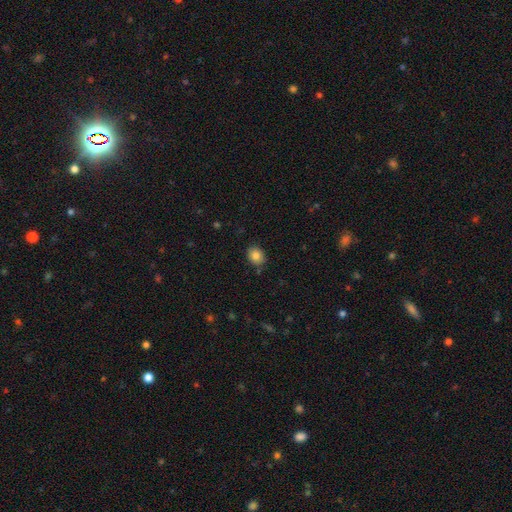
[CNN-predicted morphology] Smooth or featured? smooth (83%)
How rounded? in between (50%)
Merging? none (86%)